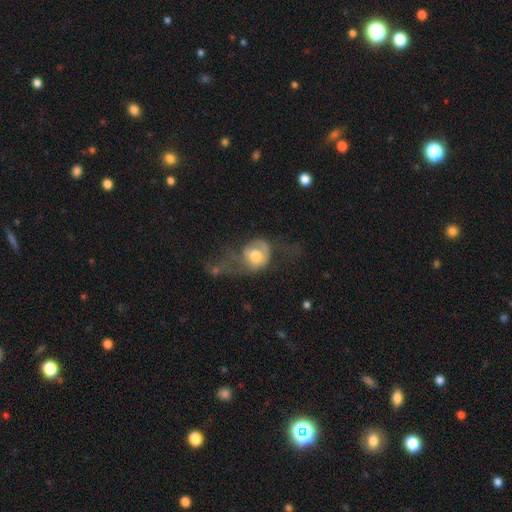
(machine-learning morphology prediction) smooth_or_featured: smooth (p=0.54) [alt: featured or disk p=0.39]
how_rounded: round (p=0.58) [alt: in between p=0.41]
merging: major disturbance (p=0.59) [alt: minor disturbance p=0.16]